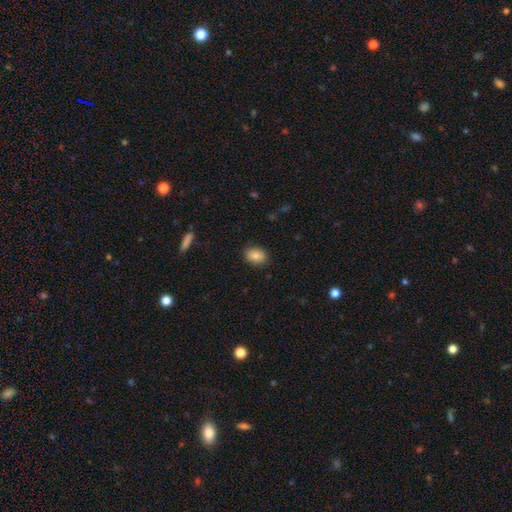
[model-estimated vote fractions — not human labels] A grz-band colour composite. It shows a smooth galaxy with no disk features (82%) that is in between round and cigar-shaped (69%). Merging: none (87%).